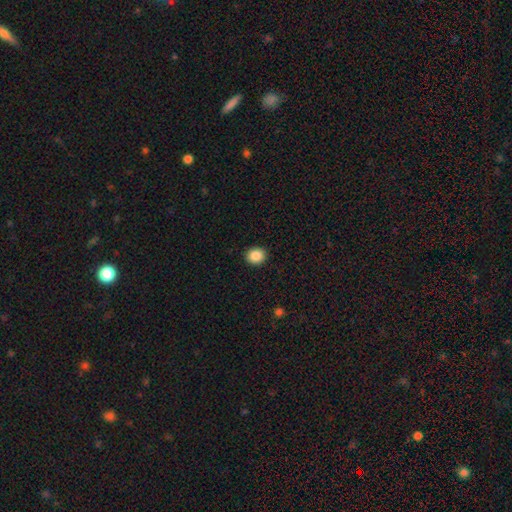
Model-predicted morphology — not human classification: Smooth or featured? Predicted: smooth (p=0.88). How rounded? Predicted: round (p=0.75). Merging? Predicted: none (p=0.92).